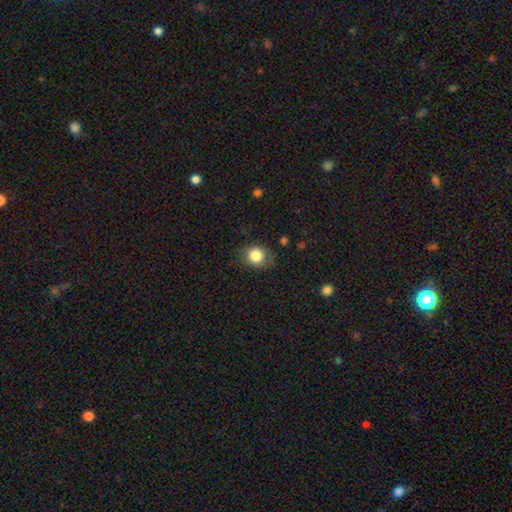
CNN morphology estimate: This is clearly a smooth galaxy (84%). How rounded: likely round (73%). Merging: likely none (76%).